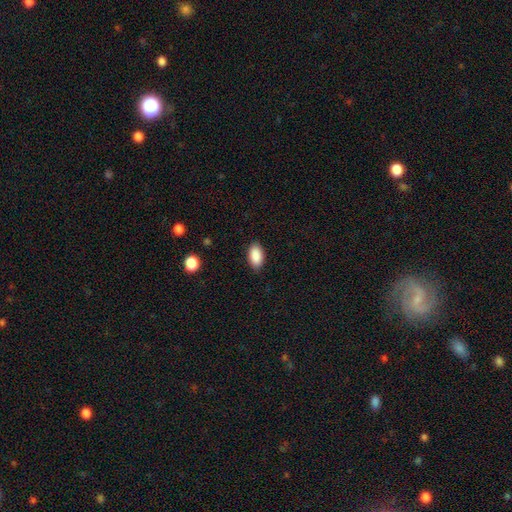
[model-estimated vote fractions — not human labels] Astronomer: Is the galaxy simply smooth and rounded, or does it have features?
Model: smooth — 89%.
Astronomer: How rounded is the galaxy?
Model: in between — 94%.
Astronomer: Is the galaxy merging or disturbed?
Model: none — 87%.